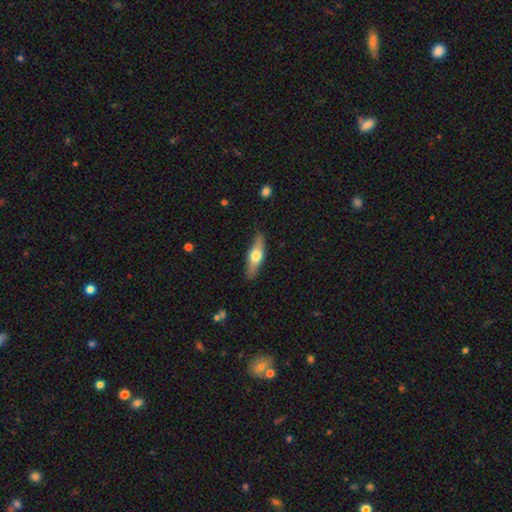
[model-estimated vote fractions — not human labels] A smooth galaxy with no disk features (48%).

Vote fractions:
- Smooth or featured? smooth: 48% / featured or disk: 46% / star or artifact: 6%
- Merging? none: 84% / minor disturbance: 12% / major disturbance: 2% / merger: 1%